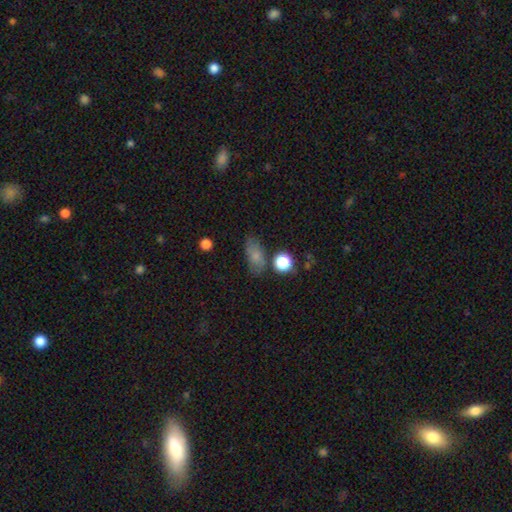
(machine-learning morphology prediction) Smooth or featured?
  - smooth: 76% *
  - featured or disk: 13%
  - star or artifact: 10%
How rounded?
  - in between: 82% *
  - round: 11%
  - cigar-shaped: 7%
Merging?
  - none: 69% *
  - minor disturbance: 19%
  - major disturbance: 6%
  - merger: 6%